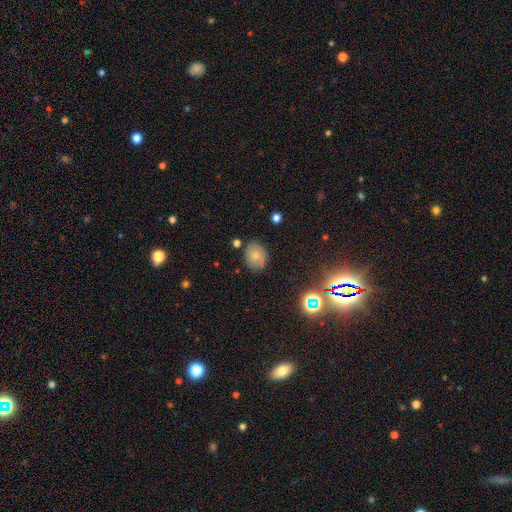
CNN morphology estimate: smooth_or_featured: smooth (p=0.61) [alt: featured or disk p=0.24]
how_rounded: in between (p=0.54) [alt: round p=0.45]
merging: none (p=0.75) [alt: minor disturbance p=0.17]